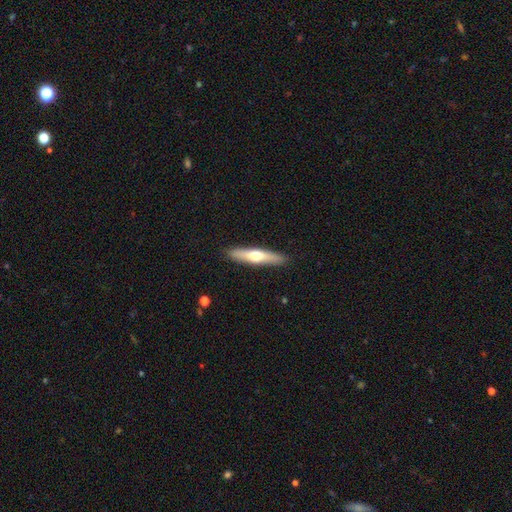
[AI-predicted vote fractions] Smooth or featured: smooth — 49% (featured or disk — 46%)
Merging: none — 90% (minor disturbance — 7%)